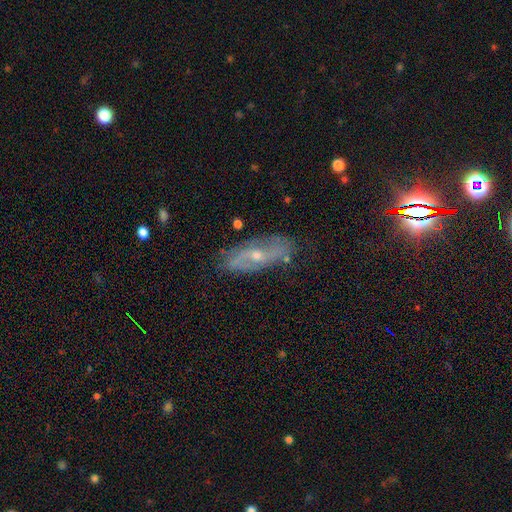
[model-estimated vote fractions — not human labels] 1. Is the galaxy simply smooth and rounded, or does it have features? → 75% featured or disk, 16% smooth, 9% star or artifact.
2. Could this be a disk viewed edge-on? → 85% no, 15% yes.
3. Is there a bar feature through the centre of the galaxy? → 45% no, 40% weak, 15% strong.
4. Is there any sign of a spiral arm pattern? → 86% yes, 14% no.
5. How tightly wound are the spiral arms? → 40% medium, 38% loose, 22% tight.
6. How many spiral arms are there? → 78% 2, 14% can't tell, 2% 3, 2% 1, 2% 4, 1% more than 4.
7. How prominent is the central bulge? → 49% small, 47% moderate, 1% large, 1% none, 1% dominant.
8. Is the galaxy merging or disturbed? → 78% none, 16% minor disturbance, 4% major disturbance, 2% merger.